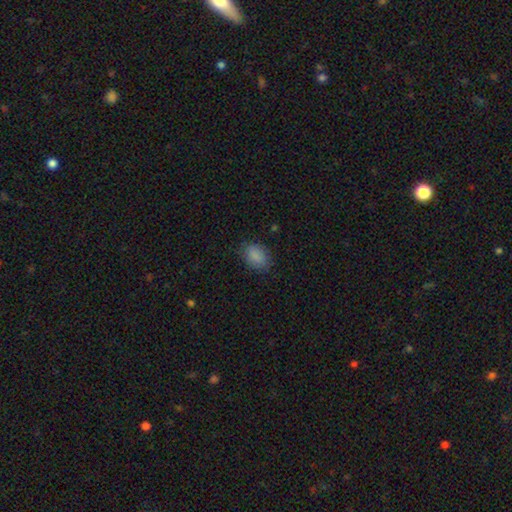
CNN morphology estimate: Smooth or featured?
  - smooth: 87% *
  - star or artifact: 8%
  - featured or disk: 5%
How rounded?
  - in between: 78% *
  - round: 21%
  - cigar-shaped: 1%
Merging?
  - none: 78% *
  - minor disturbance: 17%
  - major disturbance: 4%
  - merger: 1%